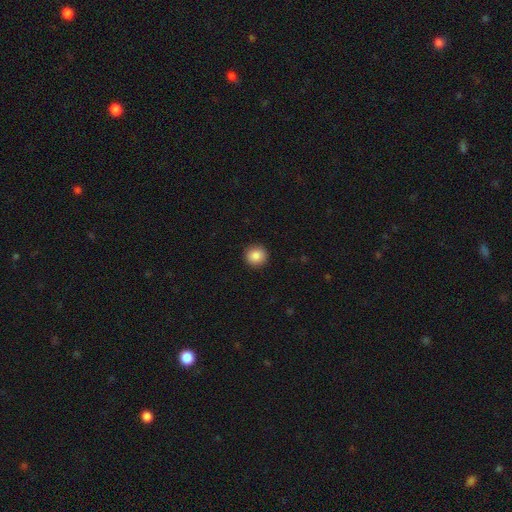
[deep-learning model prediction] smooth_or_featured: smooth (p=0.87) [alt: star or artifact p=0.09]
how_rounded: round (p=0.92) [alt: in between p=0.07]
merging: none (p=0.92) [alt: minor disturbance p=0.06]